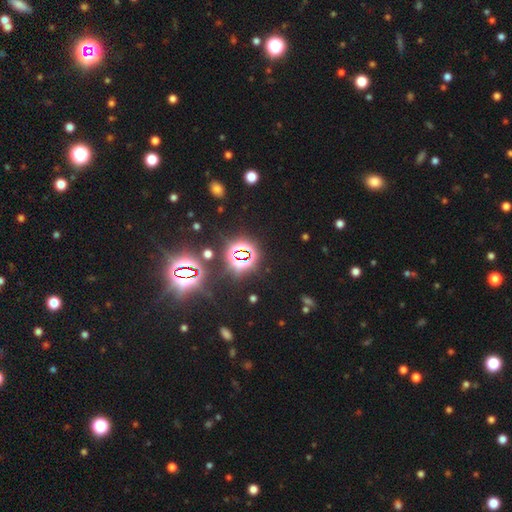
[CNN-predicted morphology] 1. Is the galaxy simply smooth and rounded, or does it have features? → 80% star or artifact, 13% smooth, 7% featured or disk.